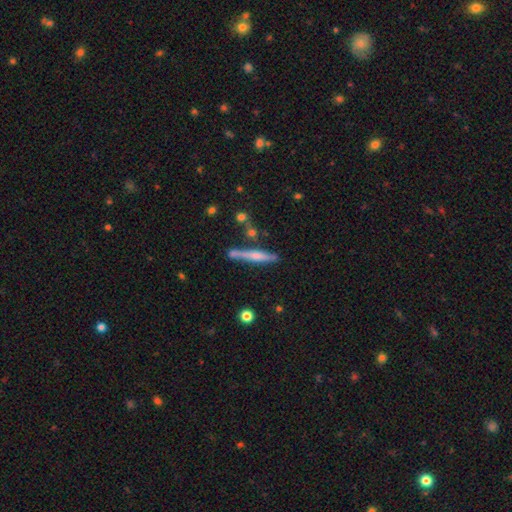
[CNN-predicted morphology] featured or disk 49%, smooth 44%, star or artifact 6%. Down the decision tree: merging — none (73%).